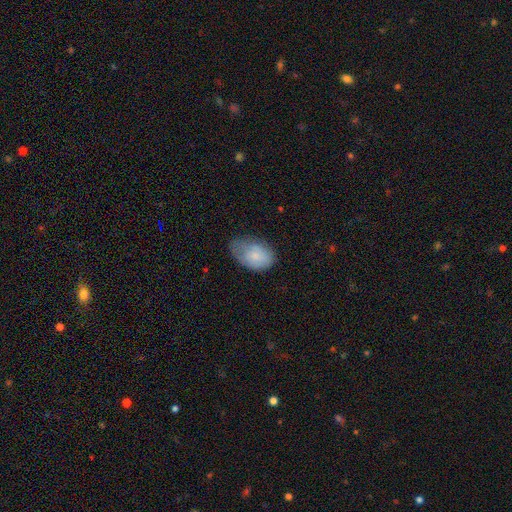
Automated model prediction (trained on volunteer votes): Q: Smooth or featured?
A: smooth (79%); runner-up: featured or disk (15%)
Q: How rounded?
A: in between (89%); runner-up: round (10%)
Q: Merging?
A: minor disturbance (42%); runner-up: none (41%)